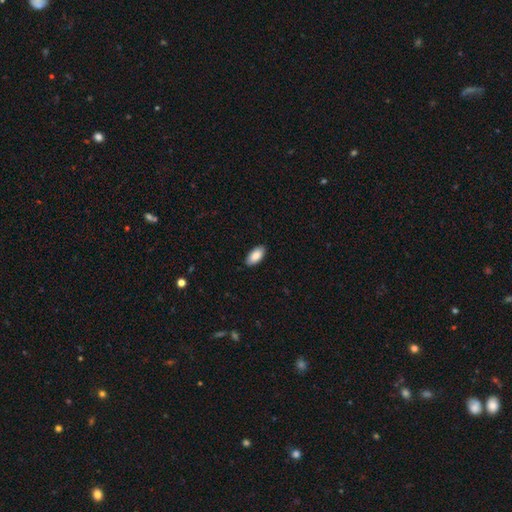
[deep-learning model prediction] Q: Smooth or featured?
A: smooth (87%); runner-up: featured or disk (7%)
Q: How rounded?
A: in between (93%); runner-up: cigar-shaped (5%)
Q: Merging?
A: none (88%); runner-up: minor disturbance (9%)